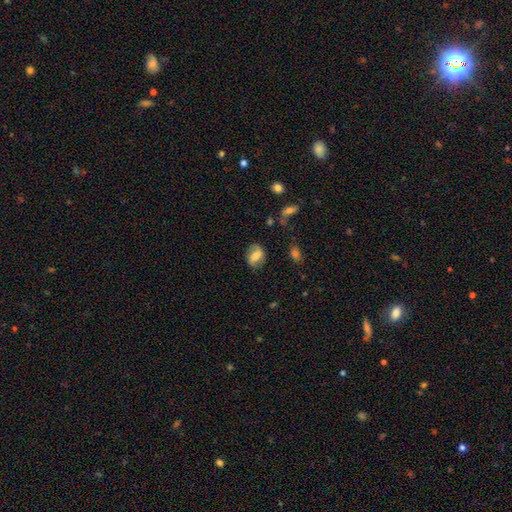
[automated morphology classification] smooth 53%, featured or disk 38%, star or artifact 8%. Down the decision tree: how rounded — in between (70%); merging — none (76%).